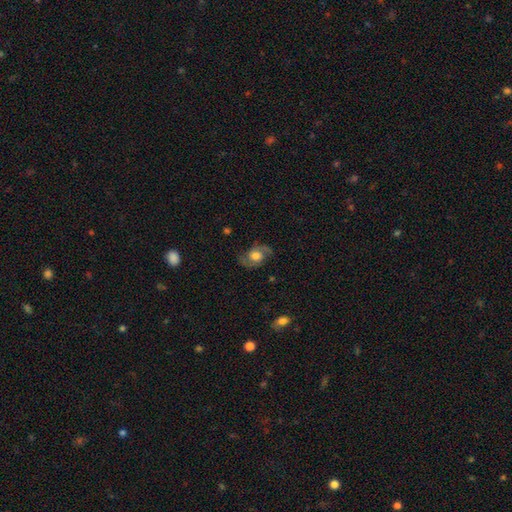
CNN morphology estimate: Smooth or featured: featured or disk — 63% (smooth — 28%)
Edge-on disk: no — 95% (yes — 5%)
Bar: no — 72% (weak — 24%)
Spiral arms: yes — 84% (no — 16%)
Spiral winding: medium — 49% (loose — 32%)
Spiral arm count: 2 — 88% (can't tell — 6%)
Bulge size: large — 45% (moderate — 42%)
Merging: none — 72% (minor disturbance — 18%)